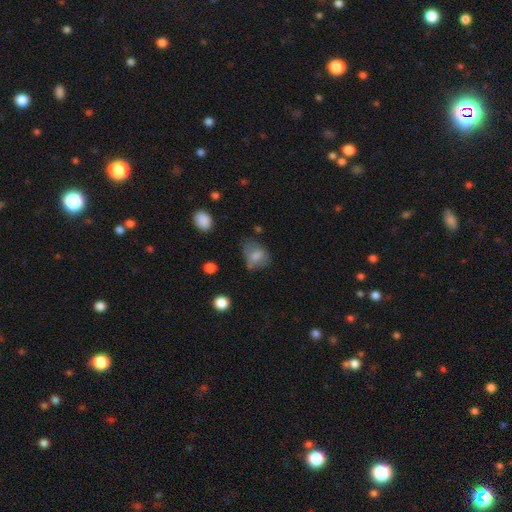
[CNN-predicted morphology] Smooth or featured: smooth — 73% (featured or disk — 17%)
How rounded: in between — 58% (round — 40%)
Merging: none — 41% (minor disturbance — 34%)